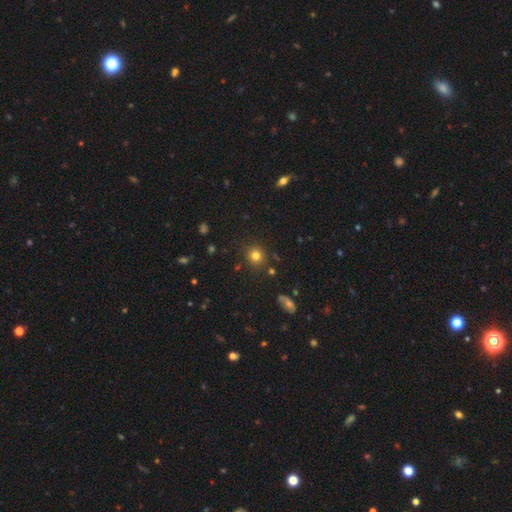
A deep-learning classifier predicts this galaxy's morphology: This is likely a smooth galaxy (78%). How rounded: clearly round (89%). Merging: clearly none (86%).